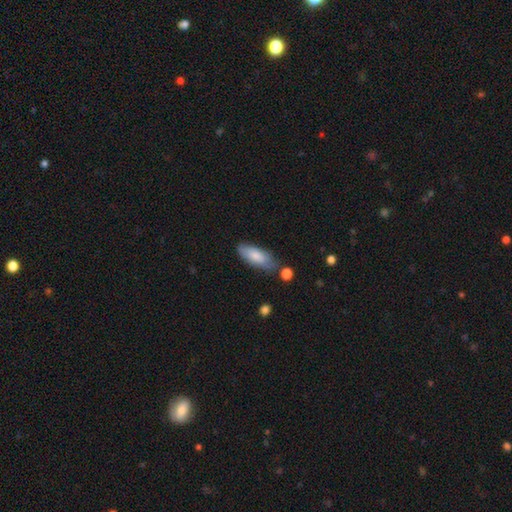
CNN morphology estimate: type=smooth (79%); roundness=in between (76%); merging=none (64%).